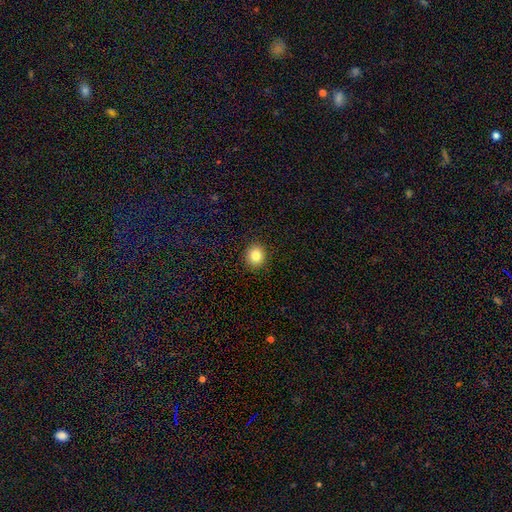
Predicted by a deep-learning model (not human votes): A smooth galaxy with no disk features (84%) that is round (85%). Merging: none (91%).